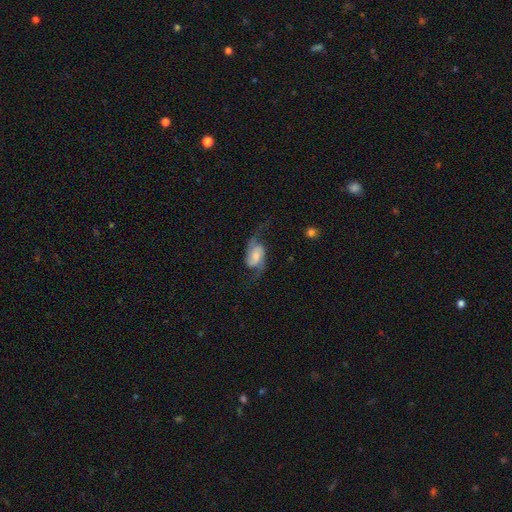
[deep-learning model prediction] A featured or disk galaxy (72%) with no bar (44%), 2 (91%) loose (68%) spiral arms (93%) and a small central bulge (35%).

Vote fractions:
- Smooth or featured? featured or disk: 72% / smooth: 21% / star or artifact: 7%
- Edge-on disk? no: 96% / yes: 4%
- Bar? no: 44% / weak: 39% / strong: 17%
- Spiral arms? yes: 93% / no: 7%
- Spiral winding? loose: 68% / medium: 26% / tight: 7%
- Spiral arm count? 2: 91% / 1: 3% / can't tell: 3% / 3: 1% / 4: 1% / more than 4: 1%
- Bulge size? small: 35% / moderate: 32% / large: 15% / none: 13% / dominant: 5%
- Merging? none: 55% / major disturbance: 24% / minor disturbance: 18% / merger: 2%